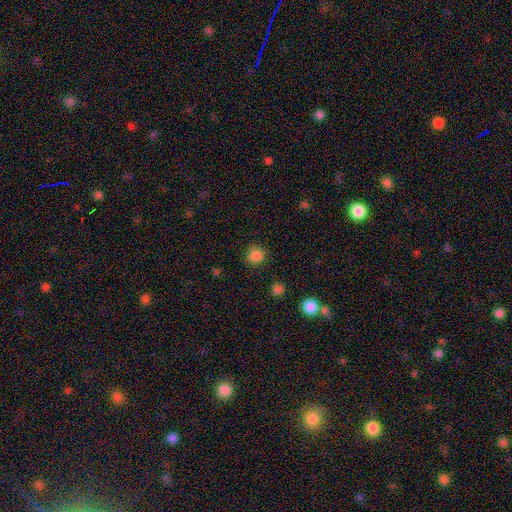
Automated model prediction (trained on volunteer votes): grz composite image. It shows a smooth galaxy with no disk features (85%) that is round (90%). Merging: none (85%).